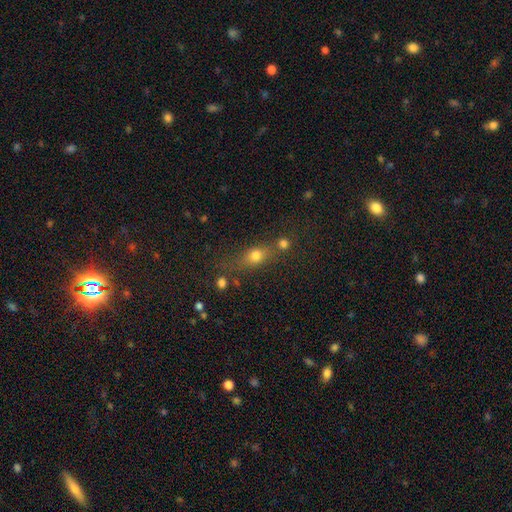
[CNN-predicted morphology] Q: Smooth or featured?
A: smooth (66%); runner-up: star or artifact (18%)
Q: How rounded?
A: in between (42%); runner-up: round (41%)
Q: Merging?
A: none (52%); runner-up: merger (26%)